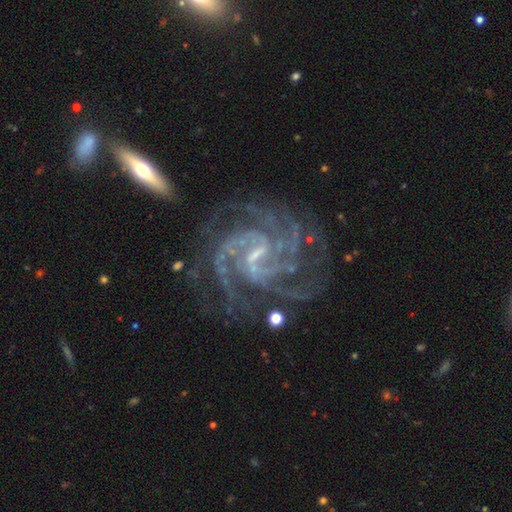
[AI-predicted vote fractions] Q: Smooth or featured?
A: featured or disk (92%); runner-up: star or artifact (5%)
Q: Edge-on disk?
A: no (98%); runner-up: yes (2%)
Q: Bar?
A: weak (54%); runner-up: strong (30%)
Q: Spiral arms?
A: yes (98%); runner-up: no (2%)
Q: Spiral winding?
A: tight (55%); runner-up: medium (39%)
Q: Spiral arm count?
A: 4 (28%); runner-up: 3 (22%)
Q: Bulge size?
A: small (59%); runner-up: none (20%)
Q: Merging?
A: none (70%); runner-up: minor disturbance (16%)